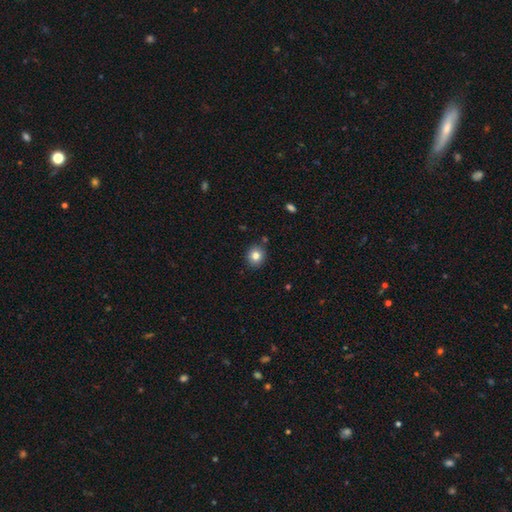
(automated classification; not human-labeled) A smooth galaxy with no disk features (82%) that is round (84%).

Vote fractions:
- Smooth or featured? smooth: 82% / star or artifact: 11% / featured or disk: 8%
- How rounded? round: 84% / in between: 15% / cigar-shaped: 1%
- Merging? none: 87% / minor disturbance: 8% / merger: 3% / major disturbance: 2%